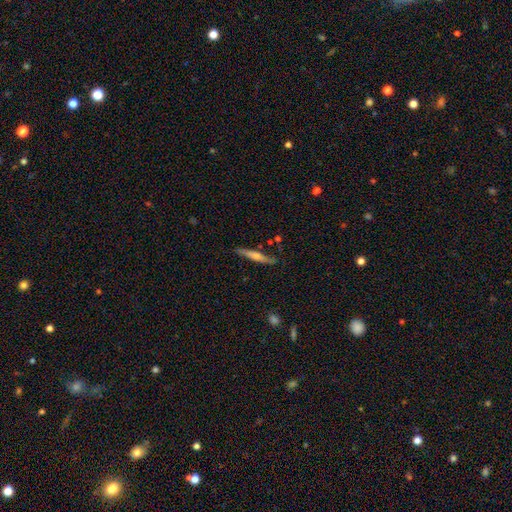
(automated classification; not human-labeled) A featured or disk galaxy (60%) viewed edge-on (94%) with a rounded central bulge (69%). Merging: none (83%).